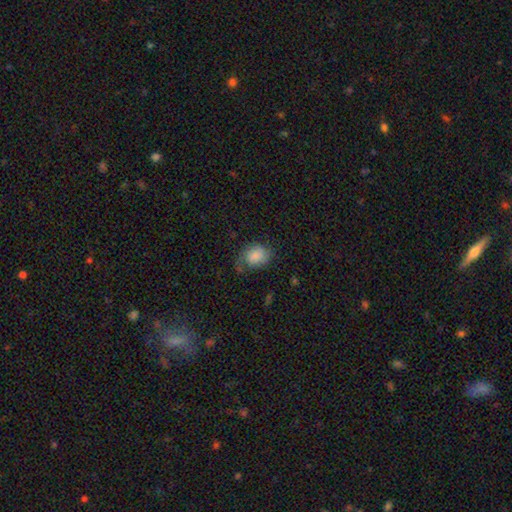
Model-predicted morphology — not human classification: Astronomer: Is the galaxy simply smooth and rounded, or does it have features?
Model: smooth — 73%.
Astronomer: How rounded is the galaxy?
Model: in between — 59% (runner-up: round, 40%).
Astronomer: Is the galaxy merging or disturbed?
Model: none — 47% (runner-up: minor disturbance, 31%).